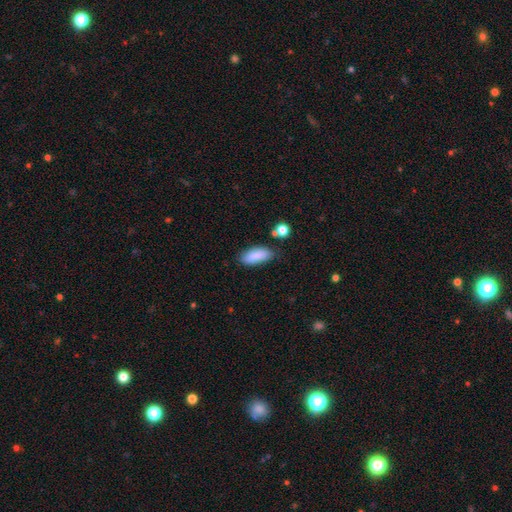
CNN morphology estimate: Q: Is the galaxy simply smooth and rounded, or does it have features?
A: smooth — 86%.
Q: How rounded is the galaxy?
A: in between — 82%.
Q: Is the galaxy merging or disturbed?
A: none — 73%.